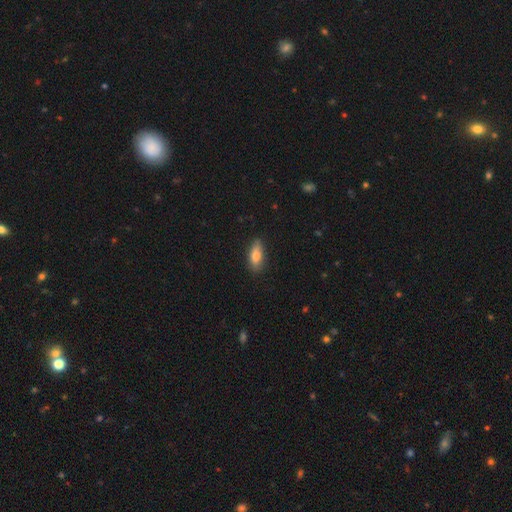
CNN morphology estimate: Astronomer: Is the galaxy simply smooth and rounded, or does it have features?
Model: smooth — 82%.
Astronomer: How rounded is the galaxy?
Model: in between — 78%.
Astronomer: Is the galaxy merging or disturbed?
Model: none — 79%.